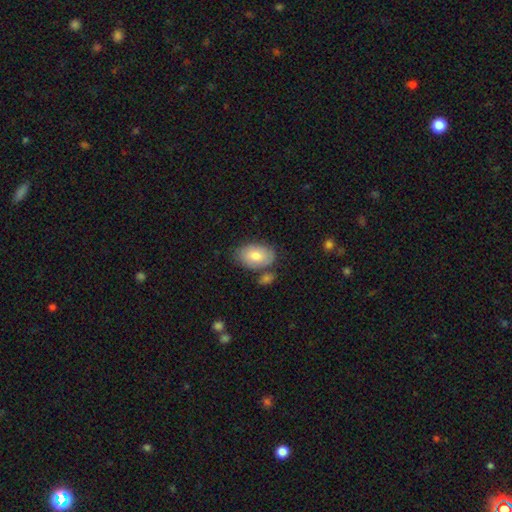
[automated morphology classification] Smooth or featured?
  - smooth: 78% *
  - featured or disk: 15%
  - star or artifact: 7%
How rounded?
  - in between: 90% *
  - round: 9%
  - cigar-shaped: 1%
Merging?
  - none: 72% *
  - minor disturbance: 15%
  - merger: 9%
  - major disturbance: 4%